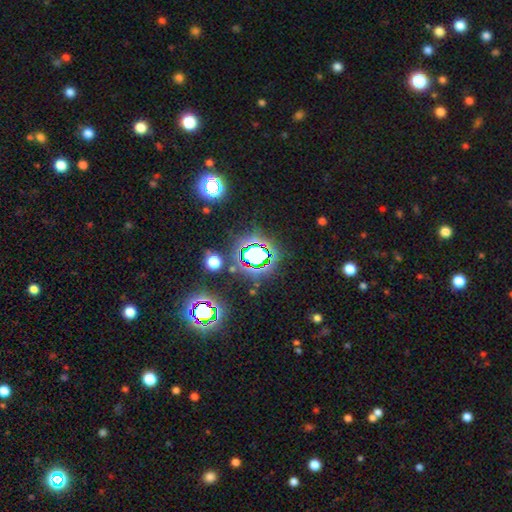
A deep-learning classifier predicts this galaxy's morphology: Q: Smooth or featured?
A: star or artifact (65%); runner-up: smooth (23%)